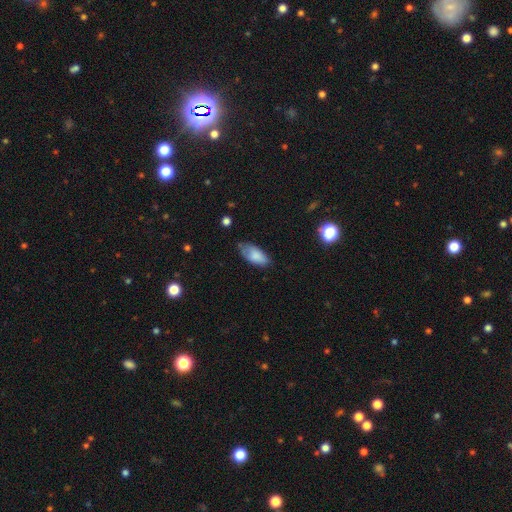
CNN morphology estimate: This appears to be a smooth galaxy with no disk features (80%) that is in between round and cigar-shaped (90%). Merging: none (56%).